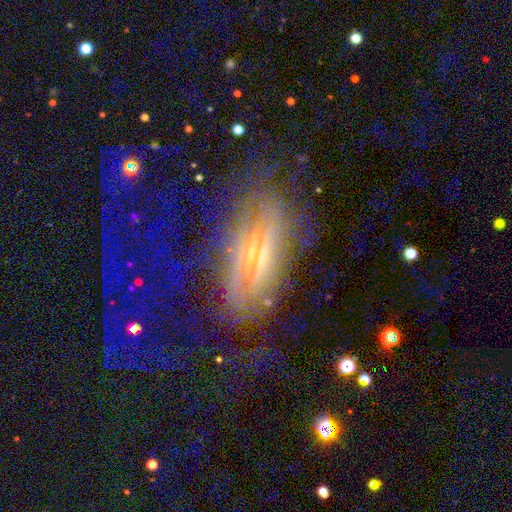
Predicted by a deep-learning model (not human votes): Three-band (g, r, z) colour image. It shows a featured or disk galaxy (59%) viewed edge-on (53%). Merging: none (59%).